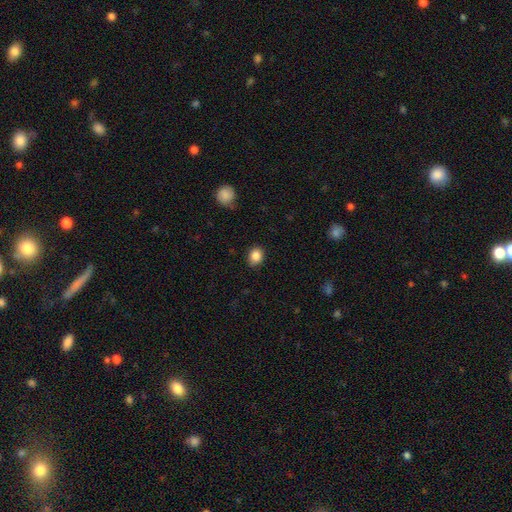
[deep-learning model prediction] Q: Smooth or featured?
A: smooth (86%); runner-up: star or artifact (9%)
Q: How rounded?
A: round (61%); runner-up: in between (38%)
Q: Merging?
A: none (83%); runner-up: minor disturbance (14%)